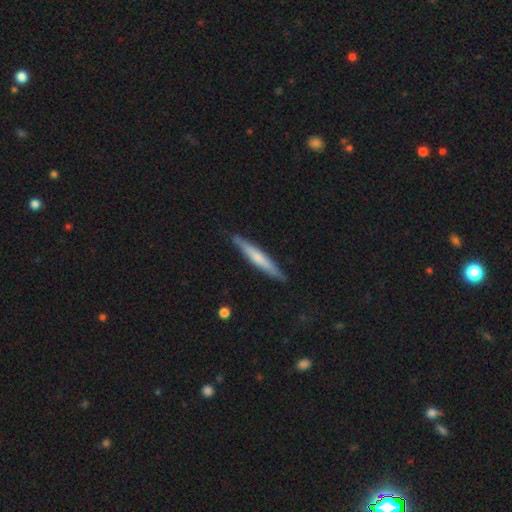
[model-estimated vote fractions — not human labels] Smooth or featured? featured or disk (53%)
Edge-on disk? yes (95%)
Edge-on bulge? rounded (57%)
Merging? none (89%)